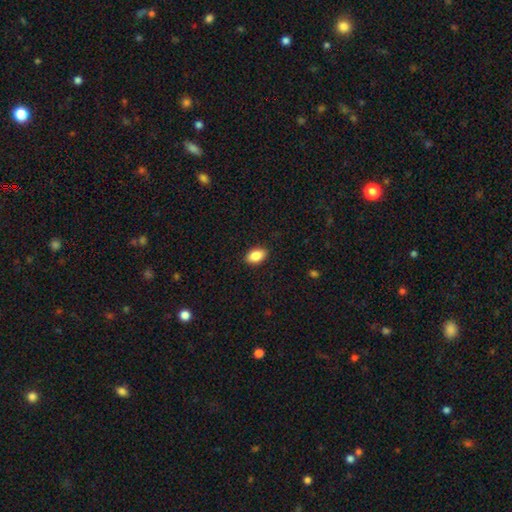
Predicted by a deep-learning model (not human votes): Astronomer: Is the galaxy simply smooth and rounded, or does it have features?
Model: smooth — 87%.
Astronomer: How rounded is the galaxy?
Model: in between — 91%.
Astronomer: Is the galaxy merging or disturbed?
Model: none — 89%.